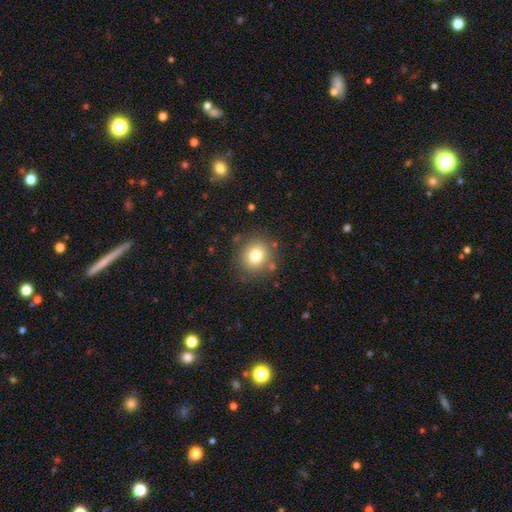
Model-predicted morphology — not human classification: The model was most divided on "smooth or featured": smooth: 78%, star or artifact: 12%, featured or disk: 11%. More confident: merging — none (83%); how rounded — round (82%).